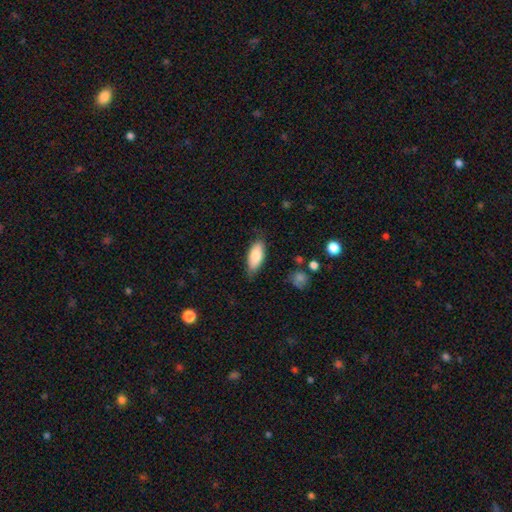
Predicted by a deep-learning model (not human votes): The model was most divided on "merging": none: 76%, minor disturbance: 19%, major disturbance: 4%, merger: 2%. More confident: how rounded — in between (84%); smooth or featured — smooth (82%).